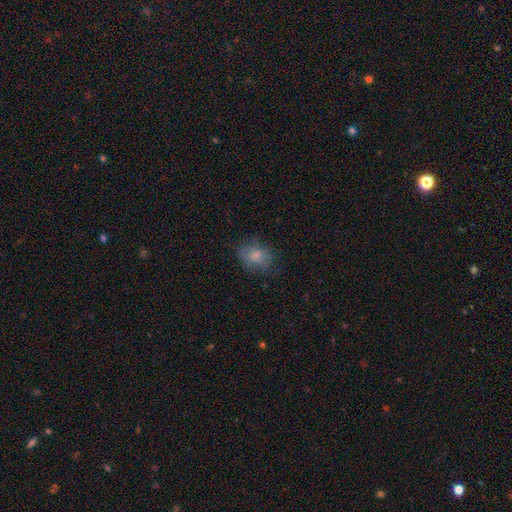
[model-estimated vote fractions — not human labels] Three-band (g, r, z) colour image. It shows a smooth galaxy with no disk features (76%) that is in between round and cigar-shaped (55%). Merging: none (68%).